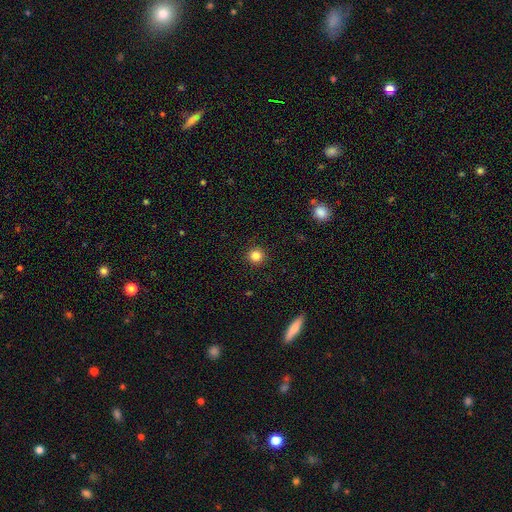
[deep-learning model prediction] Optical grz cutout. It shows a smooth galaxy with no disk features (83%) that is round (94%). Merging: none (92%).